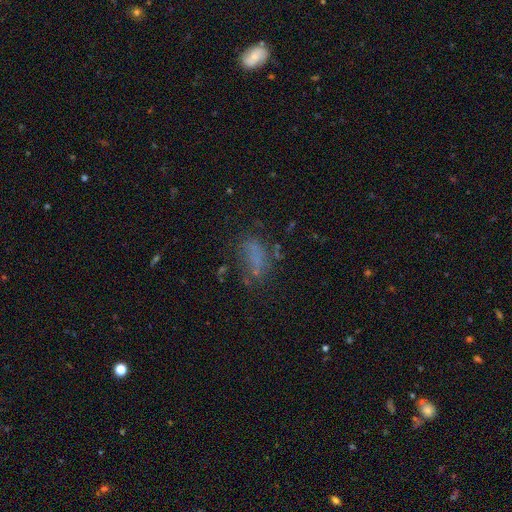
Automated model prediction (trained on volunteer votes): Overall: smooth (53%; featured or disk 28%). How rounded: in between (83%). Merging: none (48%; major disturbance 24%).